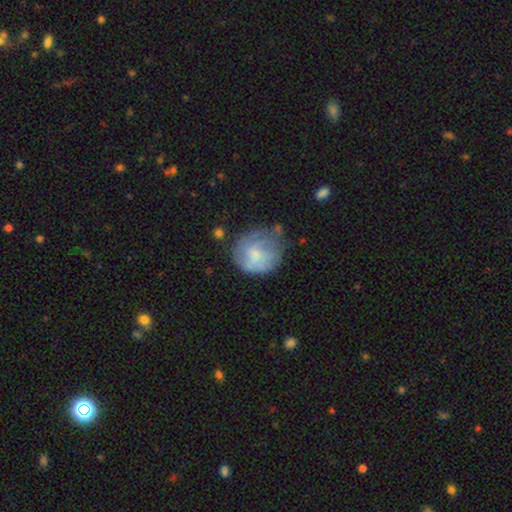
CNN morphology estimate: A smooth galaxy with no disk features (54%) that is round (79%).

Vote fractions:
- Smooth or featured? smooth: 54% / featured or disk: 38% / star or artifact: 8%
- How rounded? round: 79% / in between: 20% / cigar-shaped: 1%
- Merging? none: 46% / minor disturbance: 30% / major disturbance: 20% / merger: 4%